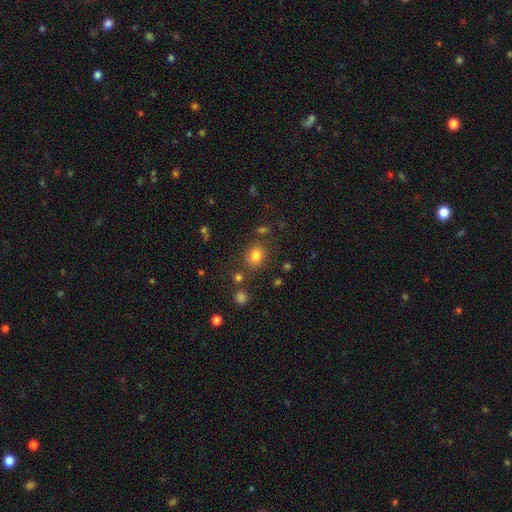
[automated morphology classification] Smooth or featured?
  - smooth: 79% *
  - star or artifact: 14%
  - featured or disk: 7%
How rounded?
  - round: 55% *
  - in between: 44%
  - cigar-shaped: 1%
Merging?
  - none: 75% *
  - minor disturbance: 13%
  - merger: 7%
  - major disturbance: 5%